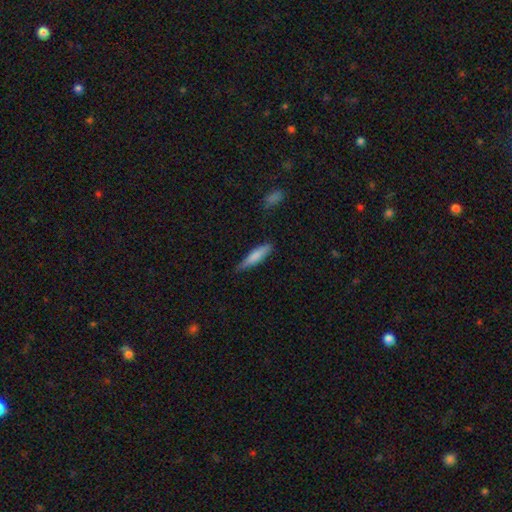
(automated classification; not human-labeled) This appears to be a smooth galaxy with no disk features (77%) that is cigar-shaped (79%). Merging: none (71%).